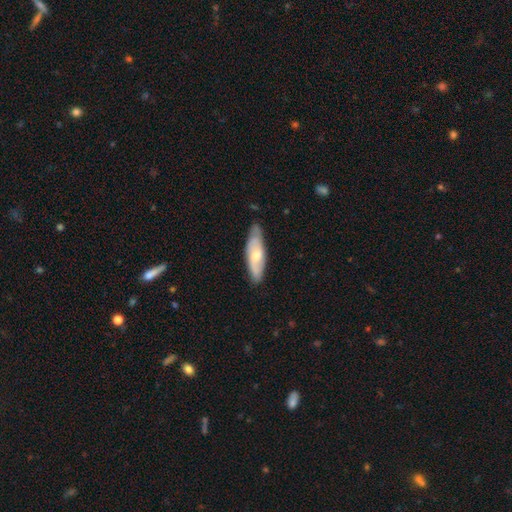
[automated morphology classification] Smooth or featured? smooth (54%)
How rounded? cigar-shaped (50%)
Merging? none (73%)